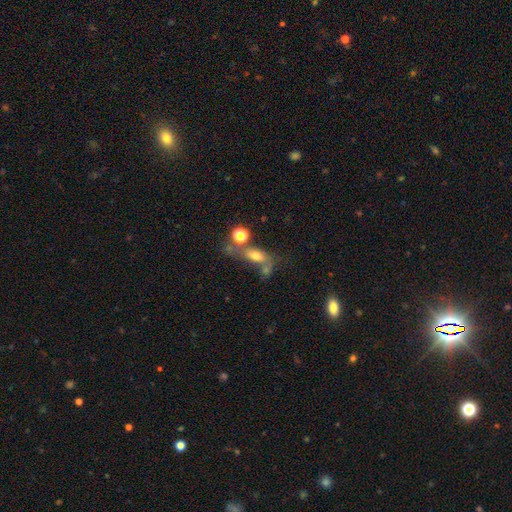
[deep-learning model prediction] smooth 59%, featured or disk 27%, star or artifact 14%. Down the decision tree: how rounded — in between (72%); merging — none (36%).